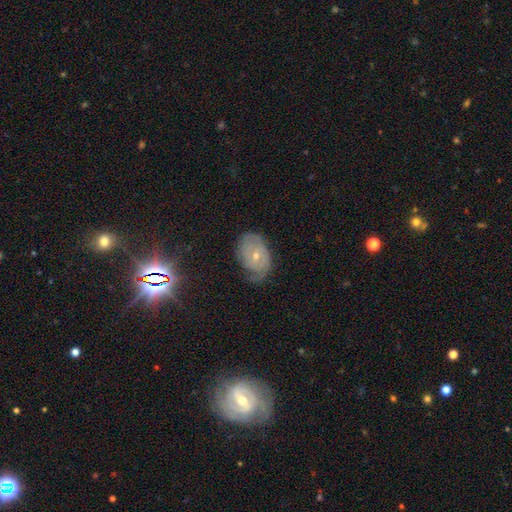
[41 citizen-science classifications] This is likely a featured or disk galaxy (76%). It is clearly not viewed edge-on (97%). Bar: likely no (60%). Spiral arm pattern: clearly yes (87%). Spiral arm count: possibly 2 (50%). Spiral winding: likely tight (62%). Central bulge: possibly moderate (50%, tied with small). Merging: likely none (61%).